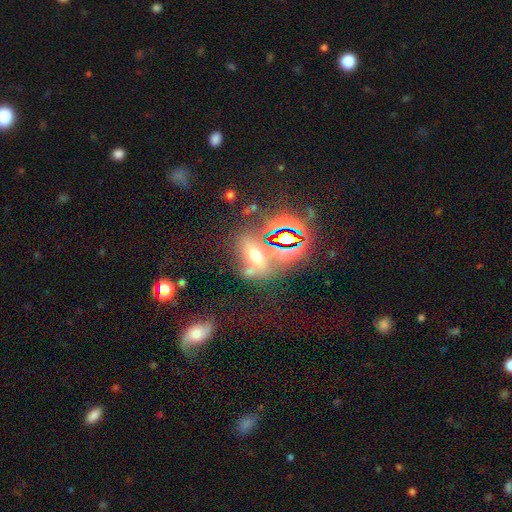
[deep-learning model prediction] A smooth galaxy with no disk features (42%). Merging: none (52%).